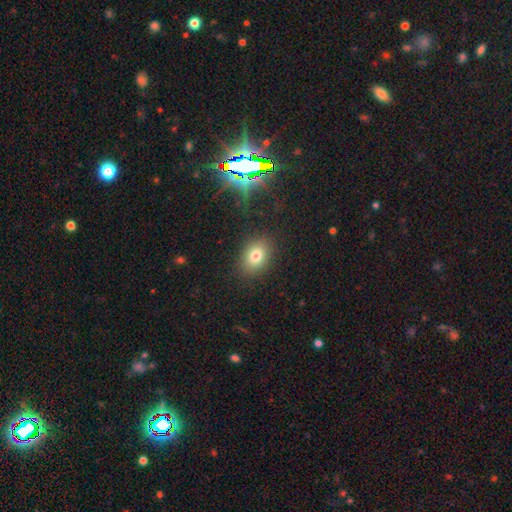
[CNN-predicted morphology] Overall: smooth (77%). How rounded: in between (67%; round 32%). Merging: none (86%).